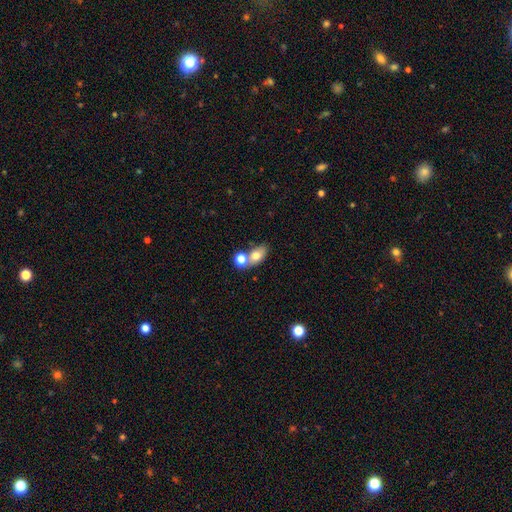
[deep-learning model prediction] smooth-or-featured: smooth: 75% | featured or disk: 16% | star or artifact: 9%
  how-rounded: in between: 75% | round: 21% | cigar-shaped: 3%
  merging: merger: 43% | none: 42% | minor disturbance: 11% | major disturbance: 4%